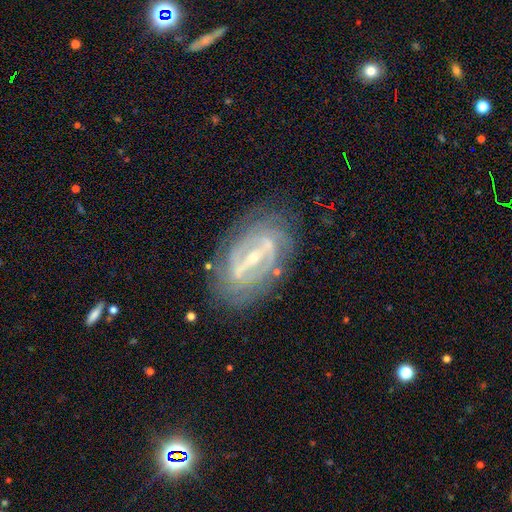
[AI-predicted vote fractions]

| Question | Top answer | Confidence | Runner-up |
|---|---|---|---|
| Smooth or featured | featured or disk | 83% | star or artifact (9%) |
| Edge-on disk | no | 91% | yes (9%) |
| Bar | strong | 67% | weak (25%) |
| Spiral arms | yes | 87% | no (13%) |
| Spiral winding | tight | 60% | medium (29%) |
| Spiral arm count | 2 | 43% | can't tell (32%) |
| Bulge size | small | 65% | moderate (26%) |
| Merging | none | 77% | minor disturbance (15%) |